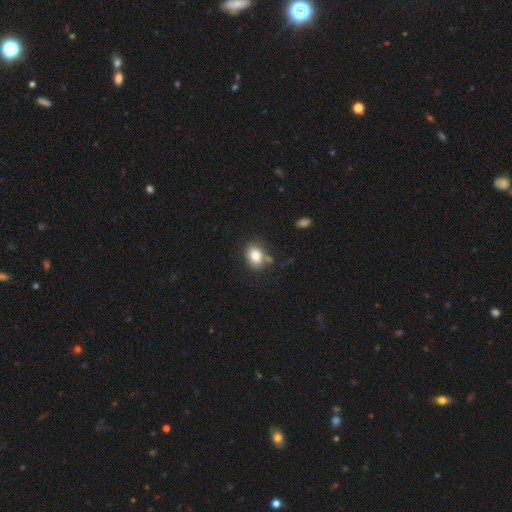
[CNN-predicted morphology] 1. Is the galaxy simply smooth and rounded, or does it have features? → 82% smooth, 9% star or artifact, 9% featured or disk.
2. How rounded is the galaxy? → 62% in between, 37% round, 1% cigar-shaped.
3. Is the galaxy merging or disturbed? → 71% none, 15% minor disturbance, 10% merger, 4% major disturbance.